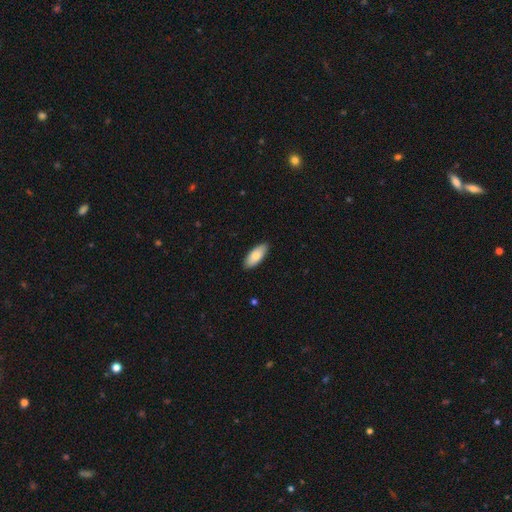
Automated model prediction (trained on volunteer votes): smooth 81%, featured or disk 14%, star or artifact 6%. Down the decision tree: how rounded — in between (83%); merging — none (89%).